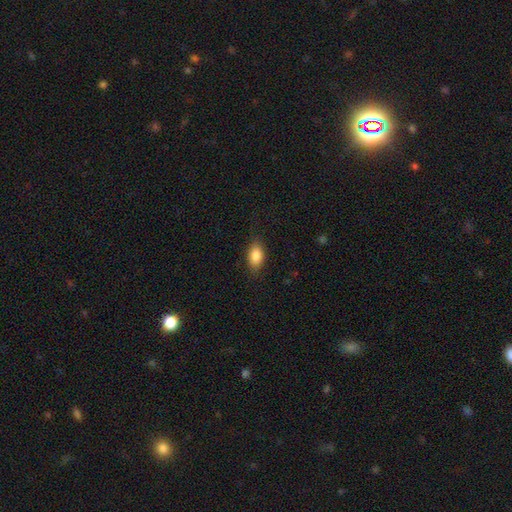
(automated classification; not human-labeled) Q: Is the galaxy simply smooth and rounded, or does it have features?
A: smooth — 86%.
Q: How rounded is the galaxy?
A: in between — 89%.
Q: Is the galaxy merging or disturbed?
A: none — 84%.